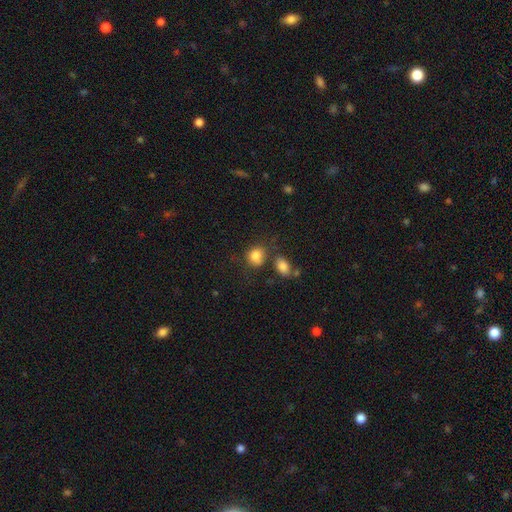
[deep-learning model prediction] A smooth galaxy with no disk features (83%) that is round (60%).

Vote fractions:
- Smooth or featured? smooth: 83% / star or artifact: 10% / featured or disk: 7%
- How rounded? round: 60% / in between: 39% / cigar-shaped: 1%
- Merging? none: 57% / minor disturbance: 18% / merger: 17% / major disturbance: 8%